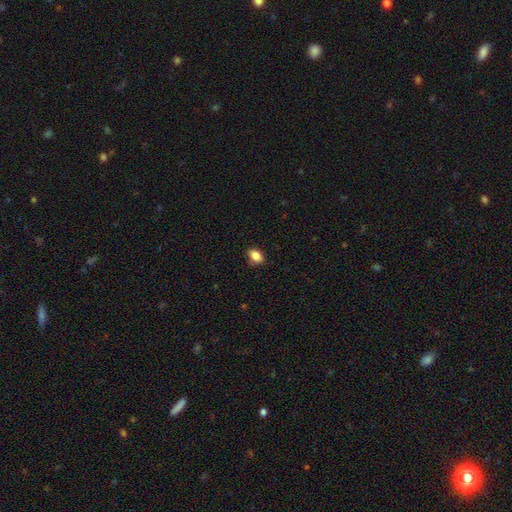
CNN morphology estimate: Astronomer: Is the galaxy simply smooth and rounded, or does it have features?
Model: smooth — 85%.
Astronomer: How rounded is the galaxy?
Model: in between — 80%.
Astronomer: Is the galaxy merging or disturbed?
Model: none — 82%.